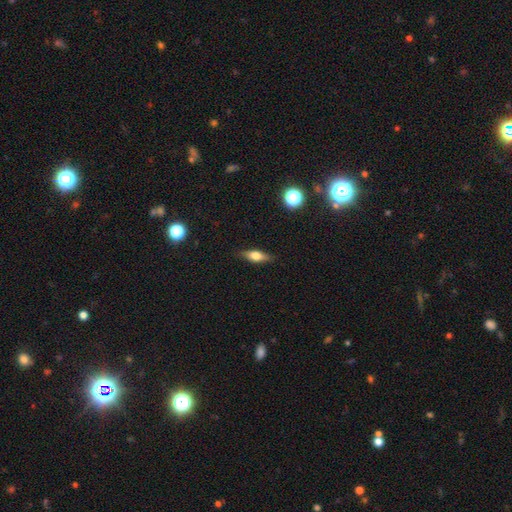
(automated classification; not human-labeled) Smooth or featured? smooth (52%)
How rounded? in between (57%)
Merging? none (85%)